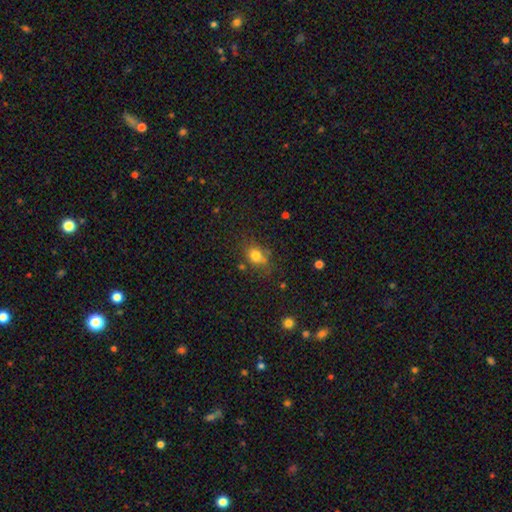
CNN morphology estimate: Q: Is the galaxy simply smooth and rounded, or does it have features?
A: smooth — 77%.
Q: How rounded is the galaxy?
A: in between — 52%.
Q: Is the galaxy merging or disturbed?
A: none — 66%.